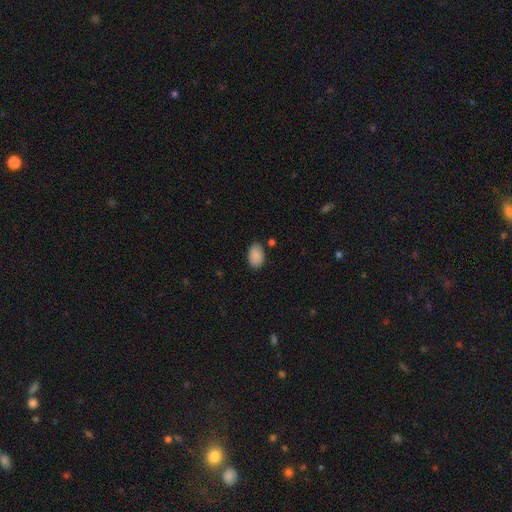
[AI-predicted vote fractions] smooth_or_featured: smooth (p=0.89) [alt: star or artifact p=0.07]
how_rounded: in between (p=0.92) [alt: round p=0.07]
merging: none (p=0.81) [alt: minor disturbance p=0.13]